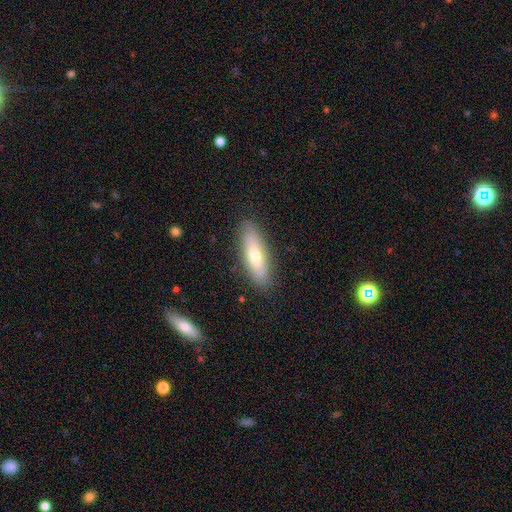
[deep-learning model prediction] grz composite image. It shows a smooth galaxy with no disk features (61%) that is in between round and cigar-shaped (52%). Merging: none (85%).